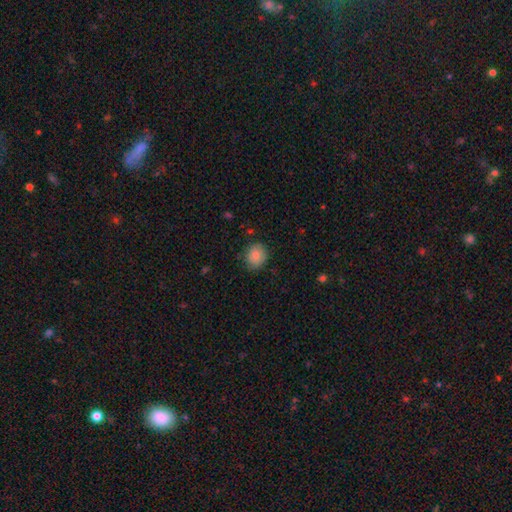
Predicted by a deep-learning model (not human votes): Morphology: type=smooth (86%); roundness=round (68%); merging=none (84%).